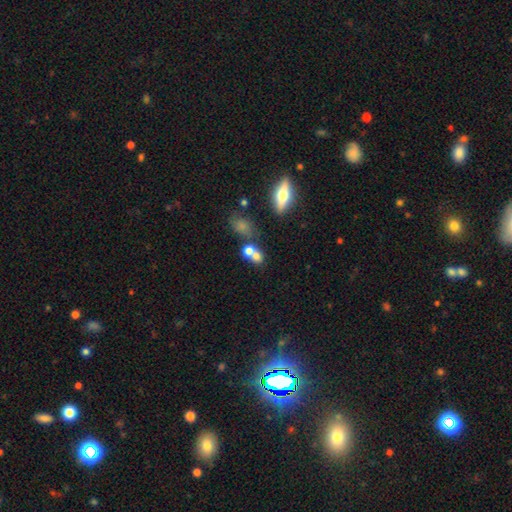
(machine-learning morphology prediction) Smooth or featured? smooth (70%)
How rounded? round (59%)
Merging? merger (56%)